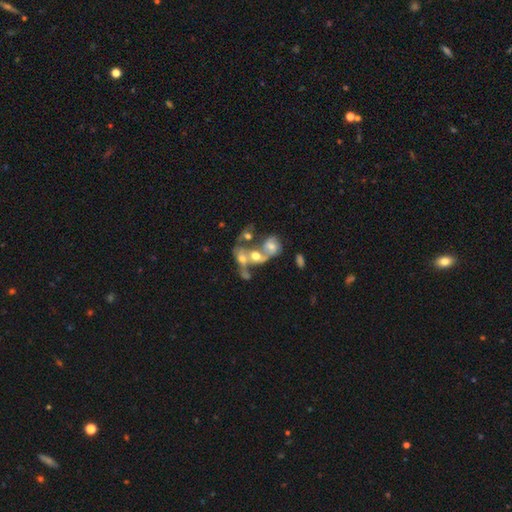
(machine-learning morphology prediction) Overall: featured or disk (53%; smooth 34%). Edge-on disk: no (96%). Bar: no (84%). Spiral arms: no (66%; yes 34%). Bulge size: moderate (50%; none 17%). Merging: merger (71%).